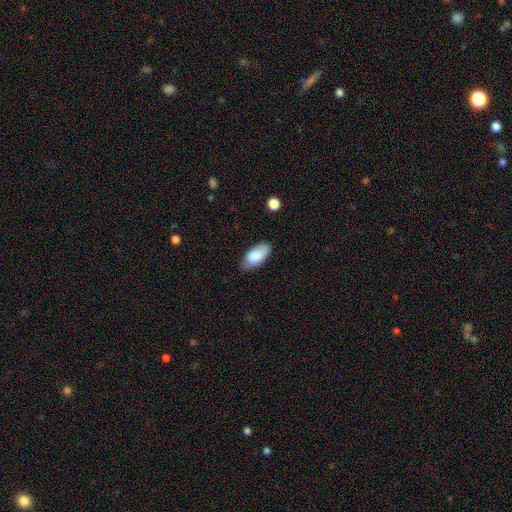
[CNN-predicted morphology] Q: Smooth or featured?
A: smooth (86%); runner-up: featured or disk (7%)
Q: How rounded?
A: in between (94%); runner-up: cigar-shaped (4%)
Q: Merging?
A: none (73%); runner-up: minor disturbance (21%)